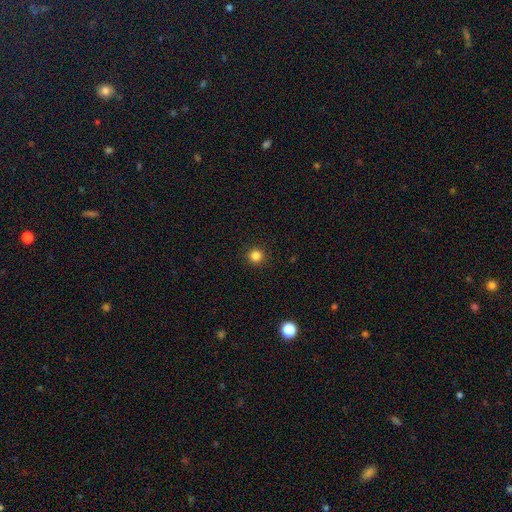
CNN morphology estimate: Smooth or featured? smooth (84%)
How rounded? round (95%)
Merging? none (93%)